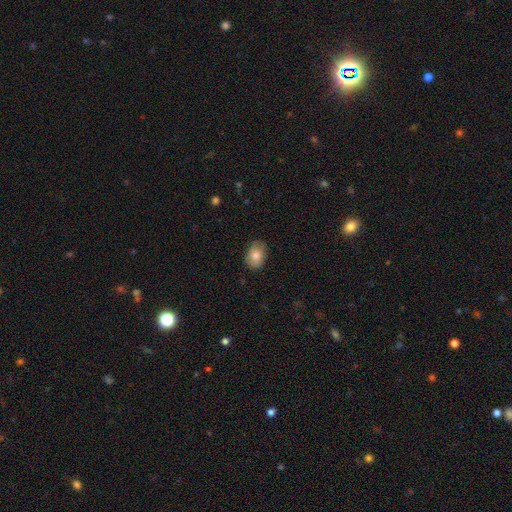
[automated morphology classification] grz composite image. It shows a smooth galaxy with no disk features (78%) that is in between round and cigar-shaped (76%). Merging: none (82%).